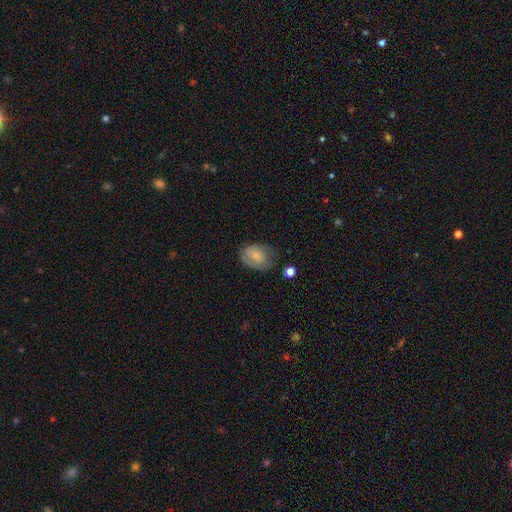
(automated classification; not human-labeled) The model was most divided on "smooth or featured": smooth: 59%, featured or disk: 33%, star or artifact: 8%. More confident: how rounded — in between (75%); merging — none (56%).